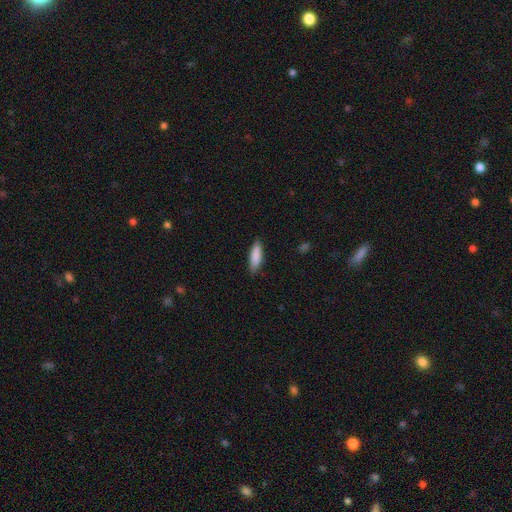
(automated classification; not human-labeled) smooth_or_featured: smooth (p=0.87) [alt: featured or disk p=0.07]
how_rounded: cigar-shaped (p=0.56) [alt: in between p=0.43]
merging: none (p=0.85) [alt: minor disturbance p=0.12]